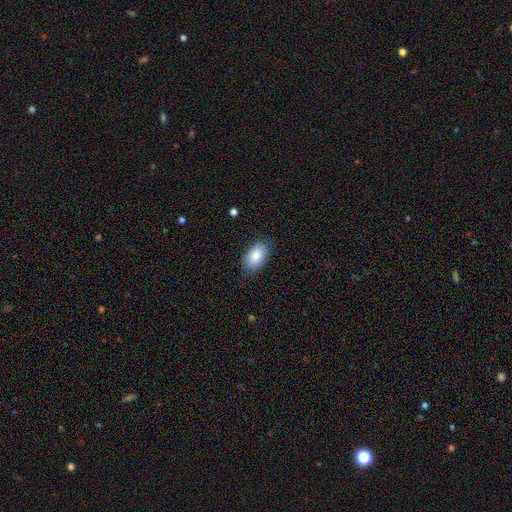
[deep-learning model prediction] Smooth or featured: smooth — 81% (featured or disk — 13%)
How rounded: in between — 92% (round — 7%)
Merging: none — 80% (minor disturbance — 15%)